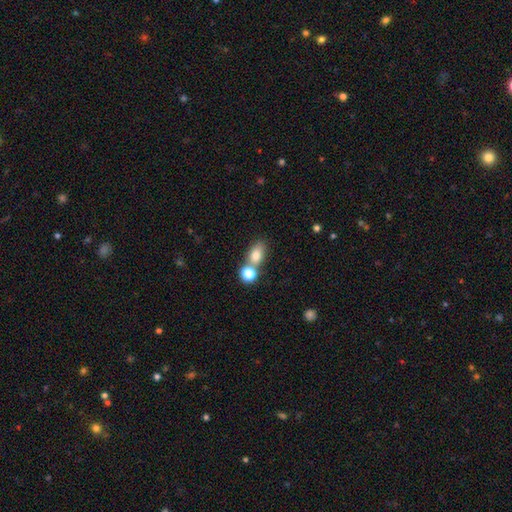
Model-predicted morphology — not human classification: Smooth or featured: smooth — 78% (star or artifact — 11%)
How rounded: in between — 72% (round — 25%)
Merging: none — 47% (merger — 38%)